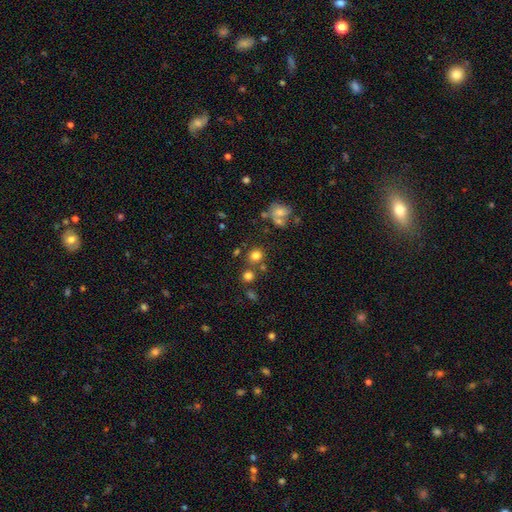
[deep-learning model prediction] Smooth or featured? Predicted: smooth (p=0.75). How rounded? Predicted: round (p=0.86). Merging? Predicted: none (p=0.71).